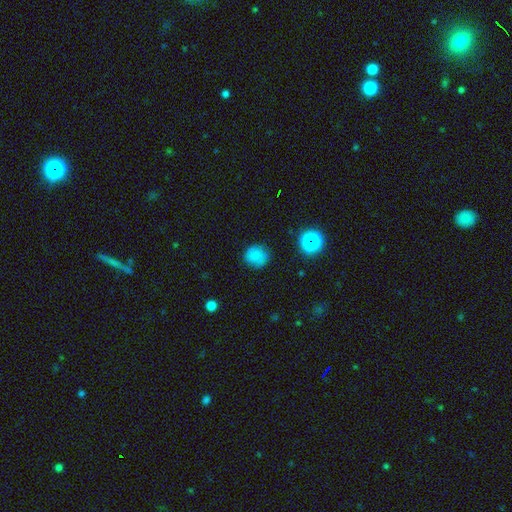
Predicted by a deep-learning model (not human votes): A smooth galaxy with no disk features (78%) that is round (87%). Merging: none (81%).